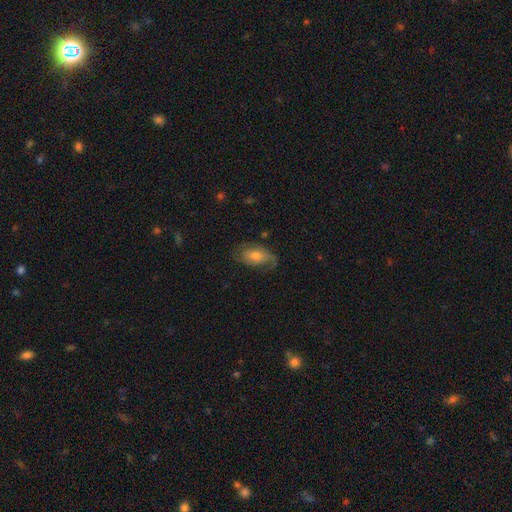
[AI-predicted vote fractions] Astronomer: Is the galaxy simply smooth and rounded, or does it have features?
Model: featured or disk — 49% (runner-up: smooth, 43%).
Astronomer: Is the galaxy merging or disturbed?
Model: none — 59%.